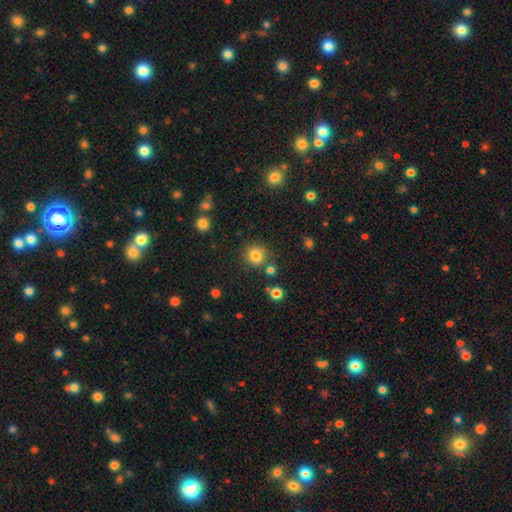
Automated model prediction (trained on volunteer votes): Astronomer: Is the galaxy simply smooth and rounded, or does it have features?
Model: smooth — 81%.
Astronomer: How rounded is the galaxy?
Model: round — 88%.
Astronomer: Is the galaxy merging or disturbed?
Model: none — 80%.